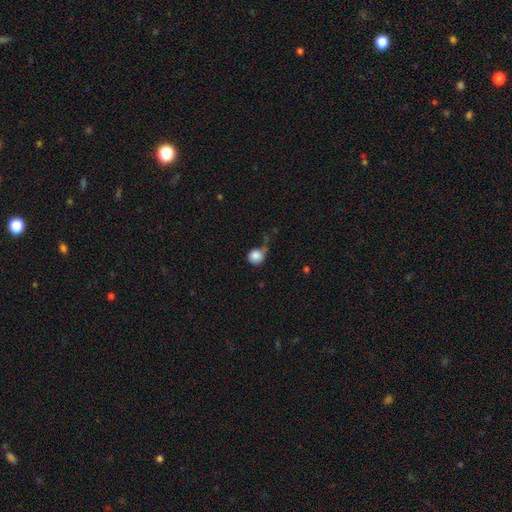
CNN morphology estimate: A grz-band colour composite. It shows a smooth galaxy with no disk features (83%) that is round (88%). Merging: none (35%).